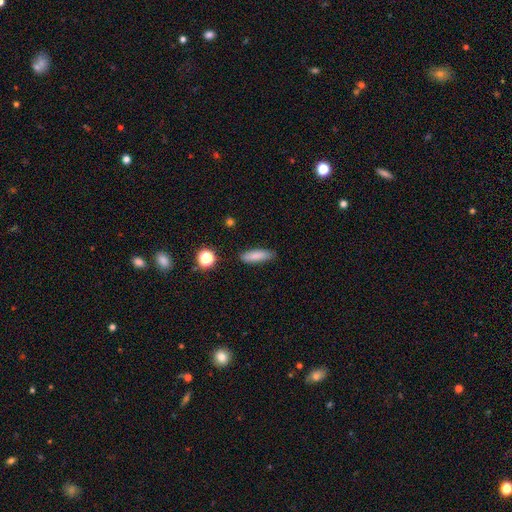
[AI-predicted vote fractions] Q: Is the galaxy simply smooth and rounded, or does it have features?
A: smooth — 82%.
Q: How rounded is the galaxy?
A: cigar-shaped — 59%.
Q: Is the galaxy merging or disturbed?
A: none — 85%.